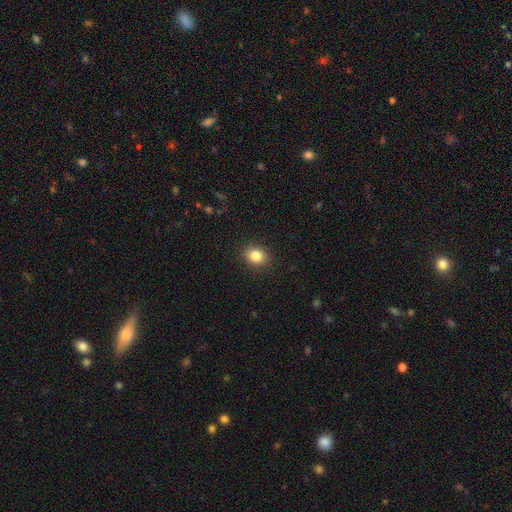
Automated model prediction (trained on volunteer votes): A smooth galaxy with no disk features (84%) that is round (58%).

Vote fractions:
- Smooth or featured? smooth: 84% / star or artifact: 11% / featured or disk: 6%
- How rounded? round: 58% / in between: 42% / cigar-shaped: 1%
- Merging? none: 89% / minor disturbance: 7% / major disturbance: 2% / merger: 1%